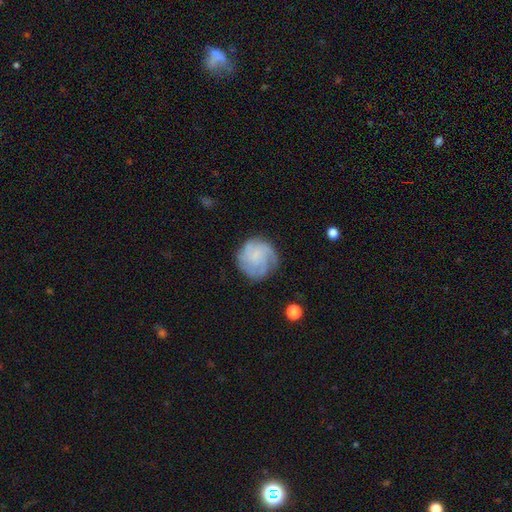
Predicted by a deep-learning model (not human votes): Overall: featured or disk (64%; smooth 28%). Edge-on disk: no (98%). Bar: no (73%). Spiral arms: yes (91%). Spiral arm count: can't tell (33%; 3 25%). Spiral winding: tight (55%; medium 33%). Bulge size: none (47%; small 34%). Merging: none (73%).